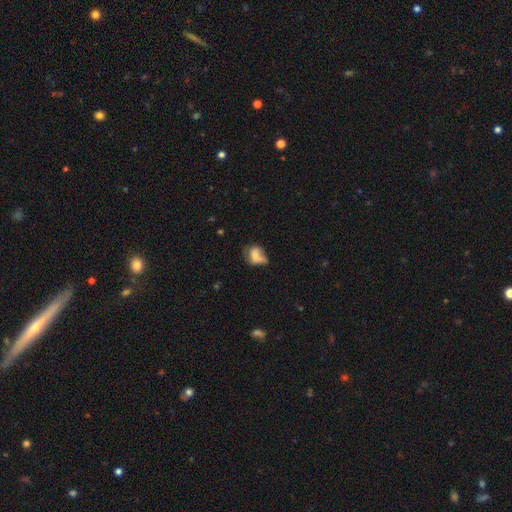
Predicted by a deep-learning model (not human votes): smooth_or_featured: smooth (p=0.61) [alt: featured or disk p=0.28]
how_rounded: in between (p=0.61) [alt: round p=0.37]
merging: none (p=0.29) [tied with: minor disturbance p=0.29]